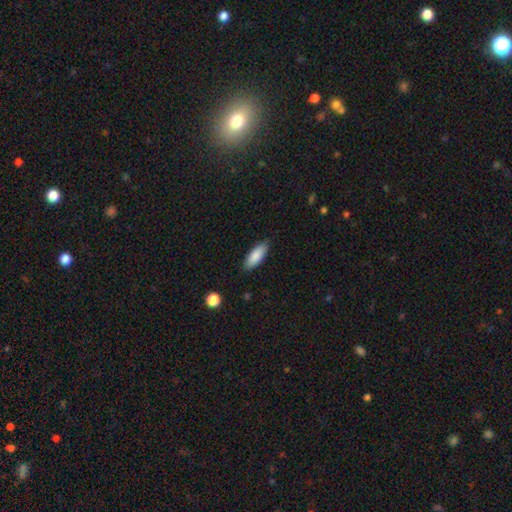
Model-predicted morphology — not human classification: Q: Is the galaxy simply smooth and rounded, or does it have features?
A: smooth — 87%.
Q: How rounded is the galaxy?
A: in between — 70%.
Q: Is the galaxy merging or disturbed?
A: none — 86%.